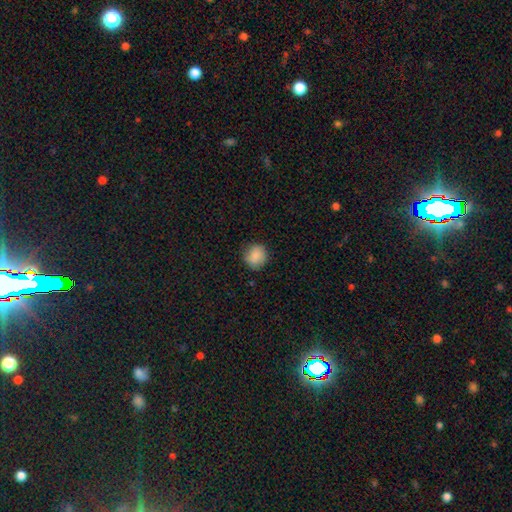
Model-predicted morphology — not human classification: Smooth or featured?
  - smooth: 87% *
  - star or artifact: 8%
  - featured or disk: 5%
How rounded?
  - round: 84% *
  - in between: 15%
  - cigar-shaped: 1%
Merging?
  - none: 83% *
  - minor disturbance: 13%
  - major disturbance: 3%
  - merger: 1%